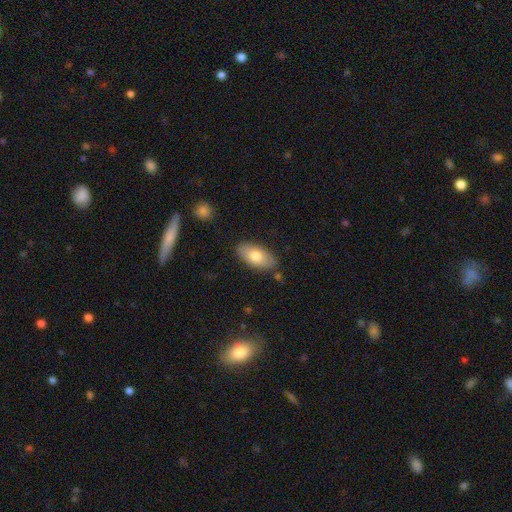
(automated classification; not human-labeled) Smooth or featured: smooth — 75% (featured or disk — 19%)
How rounded: in between — 93% (cigar-shaped — 5%)
Merging: none — 83% (minor disturbance — 12%)